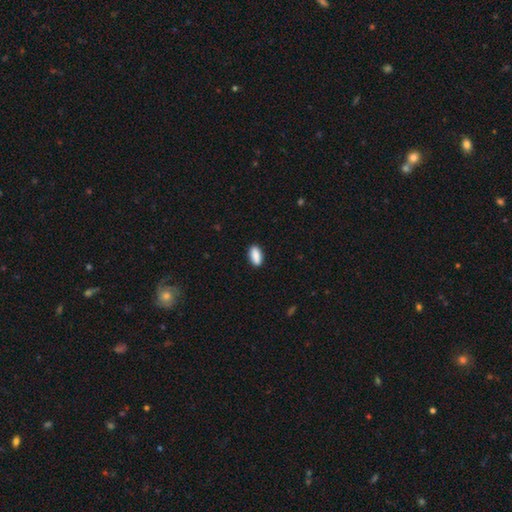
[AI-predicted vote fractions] Smooth or featured? smooth (89%)
How rounded? in between (88%)
Merging? none (89%)